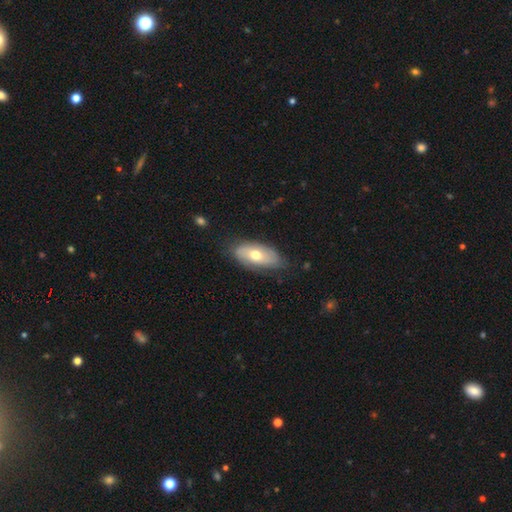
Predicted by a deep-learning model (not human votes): Smooth or featured? Predicted: smooth (p=0.53). How rounded? Predicted: in between (p=0.88). Merging? Predicted: none (p=0.81).